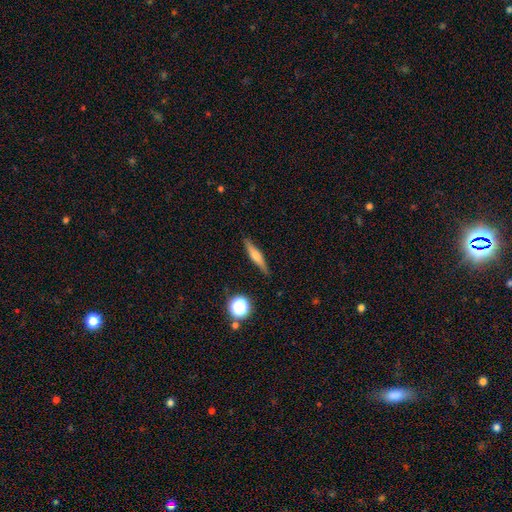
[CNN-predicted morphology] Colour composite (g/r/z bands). It shows a smooth galaxy with no disk features (46%). Merging: none (87%).